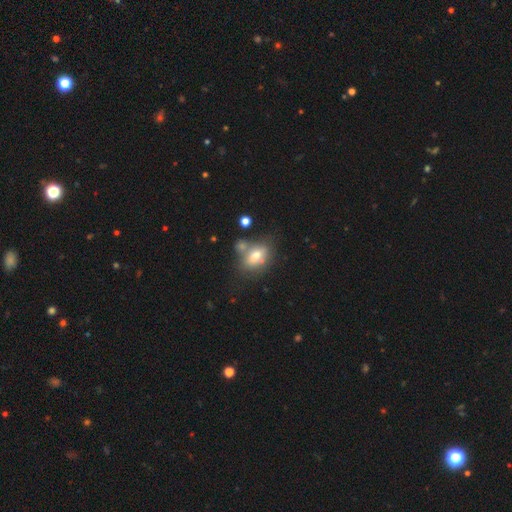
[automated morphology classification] This appears to be a smooth galaxy with no disk features (65%) that is in between round and cigar-shaped (79%). Merging: none (48%).